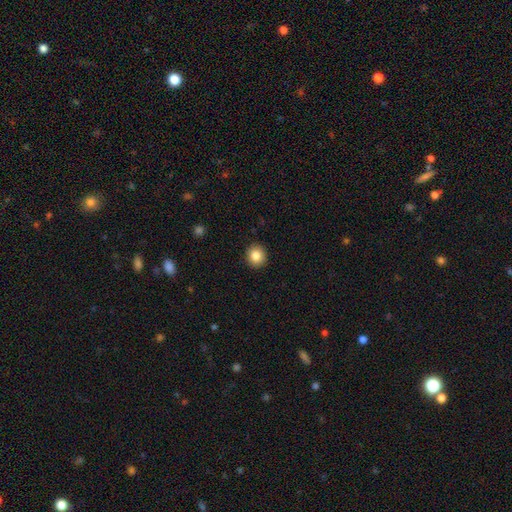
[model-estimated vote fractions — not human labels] The model was most divided on "how rounded": round: 87%, in between: 12%, cigar-shaped: 1%. More confident: merging — none (92%); smooth or featured — smooth (85%).